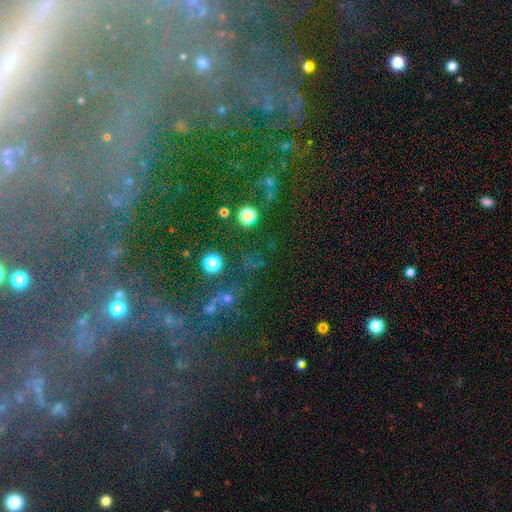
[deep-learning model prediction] Smooth or featured? star or artifact (56%)